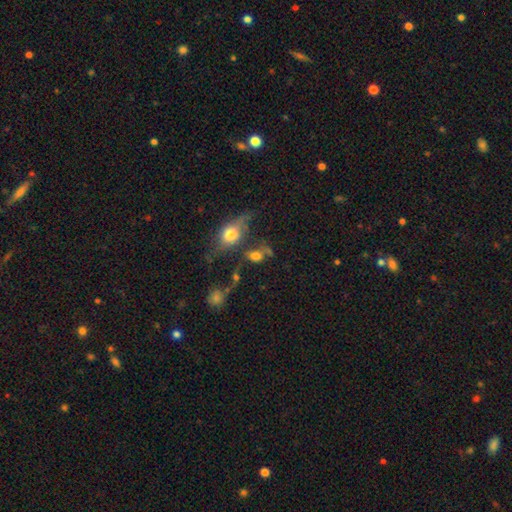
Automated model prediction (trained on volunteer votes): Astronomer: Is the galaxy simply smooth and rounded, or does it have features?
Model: smooth — 60%.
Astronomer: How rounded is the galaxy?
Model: in between — 62%.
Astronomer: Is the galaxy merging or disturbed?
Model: none — 38% (runner-up: merger, 29%).